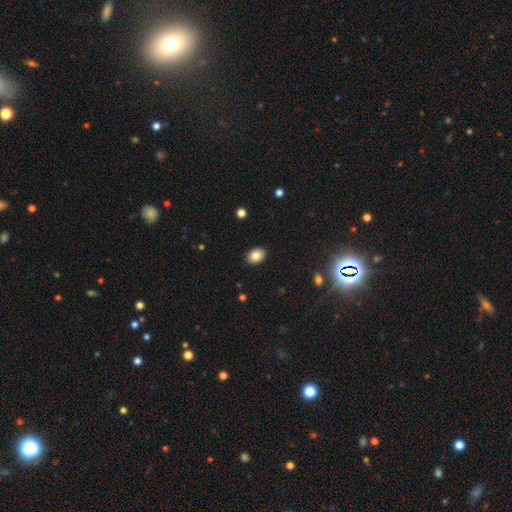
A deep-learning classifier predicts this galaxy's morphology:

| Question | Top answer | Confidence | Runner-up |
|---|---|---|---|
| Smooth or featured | smooth | 83% | star or artifact (9%) |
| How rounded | in between | 74% | round (25%) |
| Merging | none | 89% | minor disturbance (8%) |